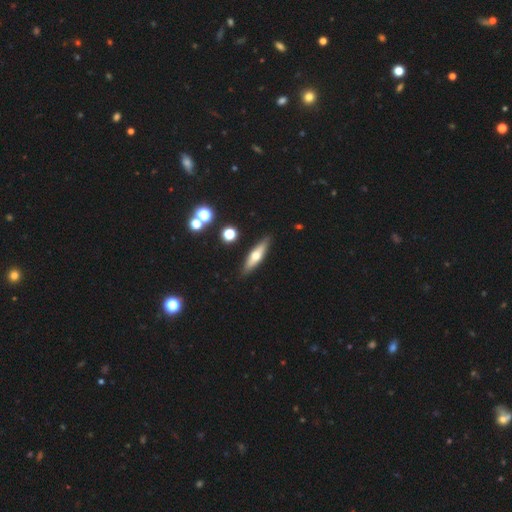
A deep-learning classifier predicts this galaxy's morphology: Smooth or featured? Predicted: featured or disk (p=0.47). Merging? Predicted: none (p=0.87).